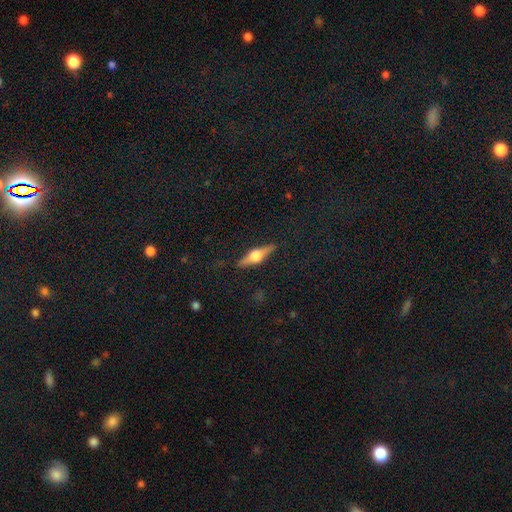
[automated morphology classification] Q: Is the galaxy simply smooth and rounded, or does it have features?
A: featured or disk — 72%.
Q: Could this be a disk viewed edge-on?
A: yes — 97%.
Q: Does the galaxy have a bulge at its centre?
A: rounded — 95%.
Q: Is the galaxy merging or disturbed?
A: none — 89%.